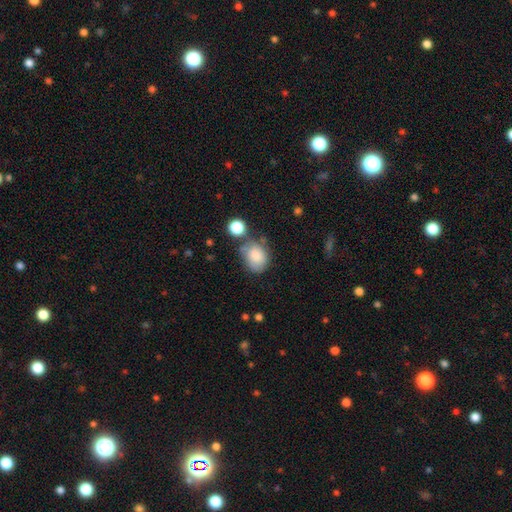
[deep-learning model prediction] smooth_or_featured: smooth (p=0.82) [alt: featured or disk p=0.10]
how_rounded: round (p=0.50) [alt: in between p=0.49]
merging: none (p=0.50) [alt: minor disturbance p=0.24]